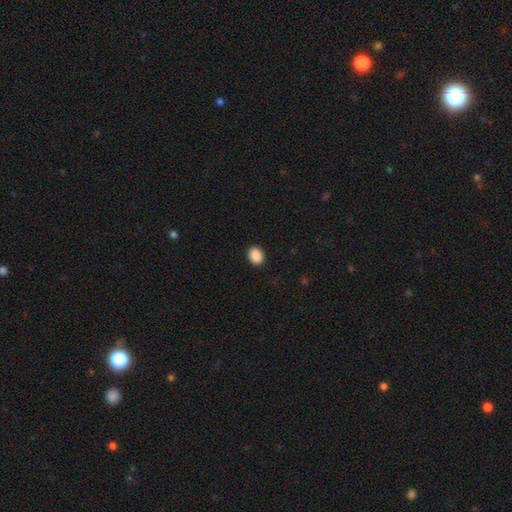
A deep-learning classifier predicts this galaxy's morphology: This is clearly a smooth galaxy (90%). How rounded: possibly in between (55%). Merging: clearly none (91%).